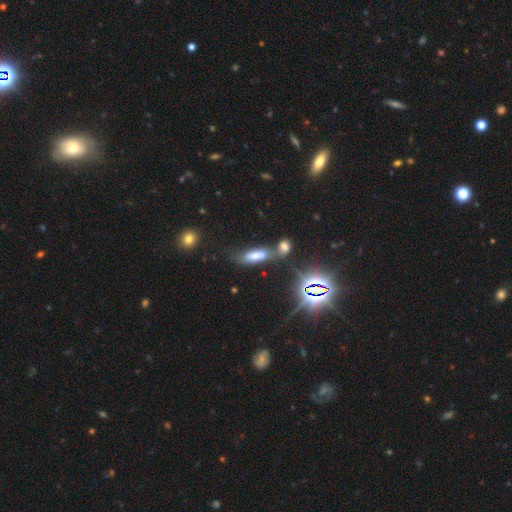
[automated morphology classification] Smooth or featured?
  - smooth: 51% *
  - star or artifact: 28%
  - featured or disk: 22%
How rounded?
  - in between: 61% *
  - cigar-shaped: 34%
  - round: 5%
Merging?
  - merger: 41% *
  - none: 36%
  - minor disturbance: 14%
  - major disturbance: 9%